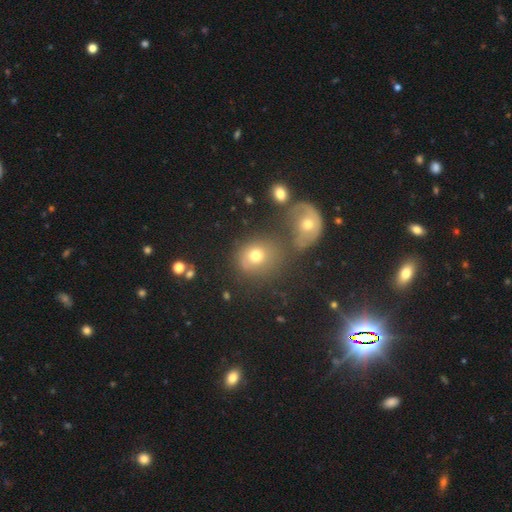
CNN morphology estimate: This appears to be a smooth galaxy with no disk features (69%) that is round (71%). Merging: none (48%).